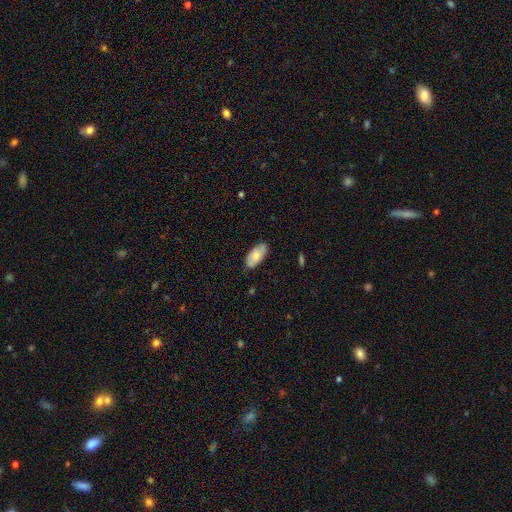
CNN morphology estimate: A smooth galaxy with no disk features (67%) that is in between round and cigar-shaped (93%).

Vote fractions:
- Smooth or featured? smooth: 67% / featured or disk: 26% / star or artifact: 6%
- How rounded? in between: 93% / cigar-shaped: 5% / round: 2%
- Merging? none: 81% / minor disturbance: 15% / major disturbance: 2% / merger: 1%